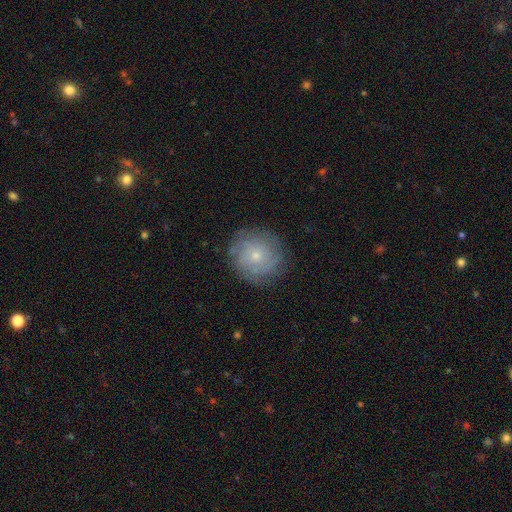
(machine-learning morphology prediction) This appears to be a featured or disk galaxy (49%). Merging: none (82%).